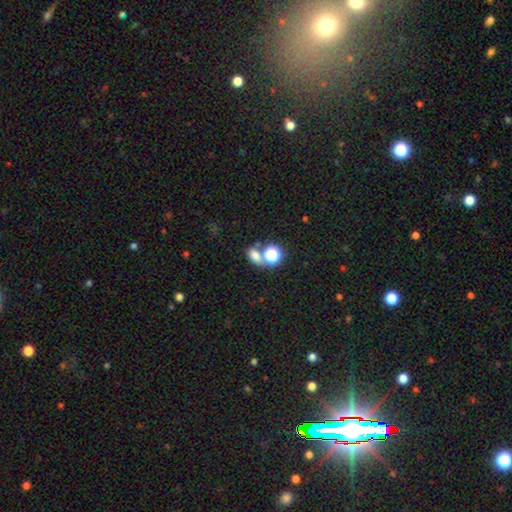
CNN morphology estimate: The model was most divided on "merging": none: 53%, merger: 33%, minor disturbance: 9%, major disturbance: 5%. More confident: smooth or featured — smooth (67%); how rounded — in between (66%).